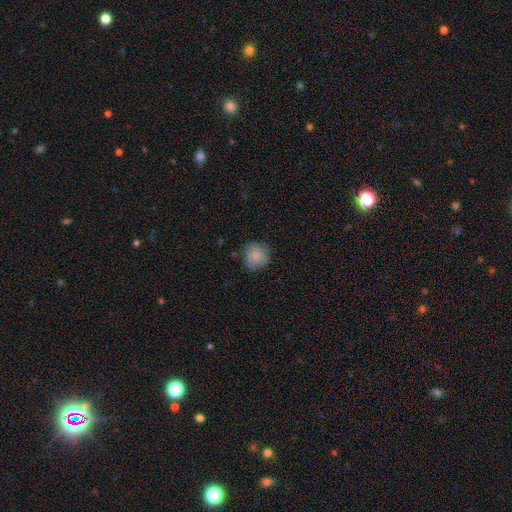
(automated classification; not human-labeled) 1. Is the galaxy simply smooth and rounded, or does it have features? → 84% smooth, 8% featured or disk, 7% star or artifact.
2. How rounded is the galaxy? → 86% round, 13% in between, 1% cigar-shaped.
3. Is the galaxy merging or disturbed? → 78% none, 17% minor disturbance, 4% major disturbance, 1% merger.